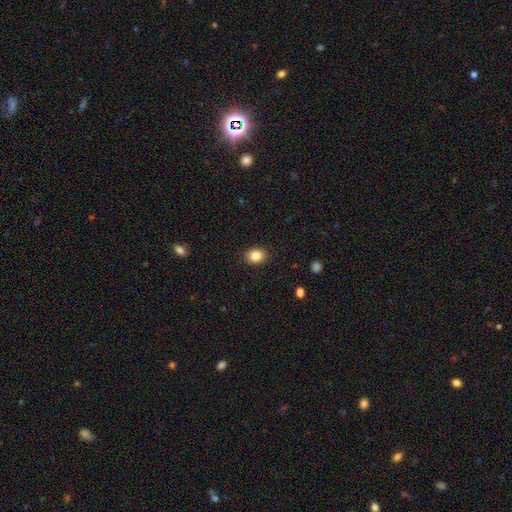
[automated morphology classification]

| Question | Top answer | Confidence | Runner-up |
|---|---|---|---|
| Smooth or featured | smooth | 85% | star or artifact (10%) |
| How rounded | in between | 52% | round (47%) |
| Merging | none | 89% | minor disturbance (8%) |